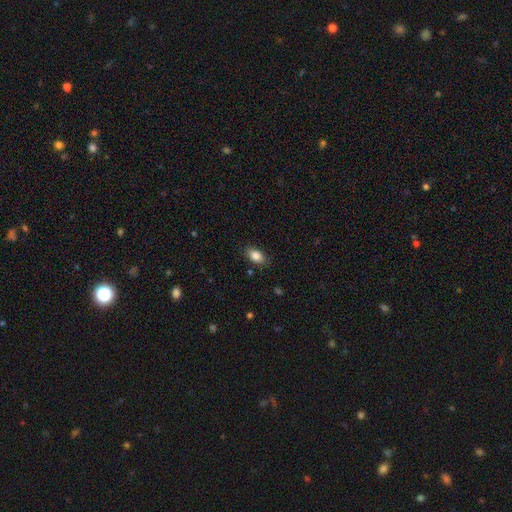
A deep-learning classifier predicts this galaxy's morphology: A smooth galaxy with no disk features (86%) that is in between round and cigar-shaped (89%). Merging: none (85%).